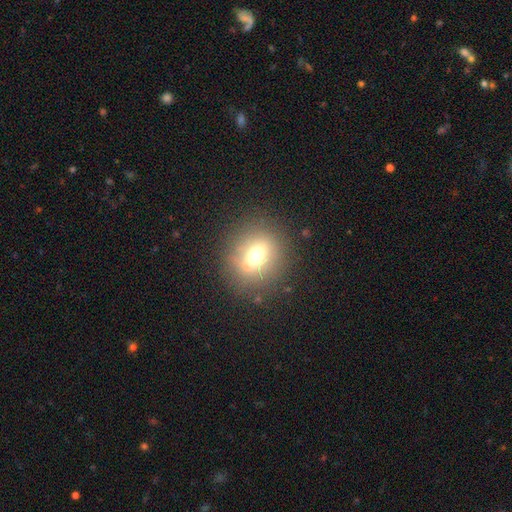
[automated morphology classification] Smooth or featured: smooth — 56% (featured or disk — 31%)
How rounded: round — 60% (in between — 37%)
Merging: none — 79% (minor disturbance — 12%)